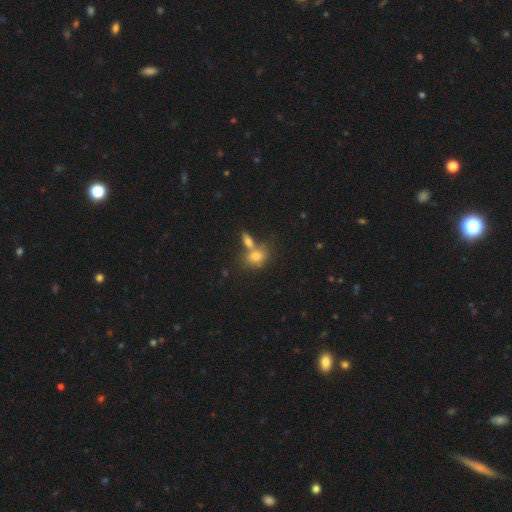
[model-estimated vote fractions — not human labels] smooth_or_featured: smooth (p=0.75) [alt: featured or disk p=0.14]
how_rounded: in between (p=0.66) [alt: round p=0.31]
merging: merger (p=0.46) [alt: none p=0.38]